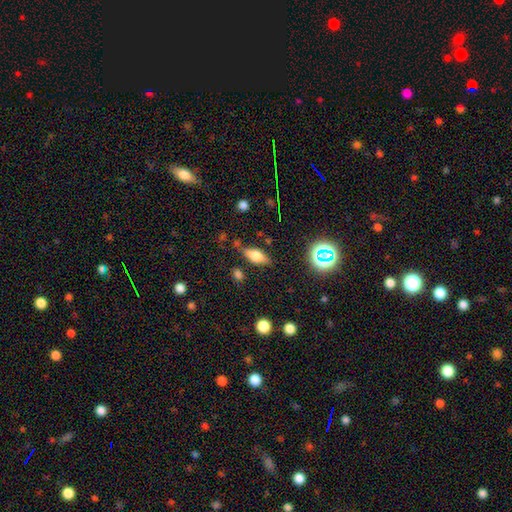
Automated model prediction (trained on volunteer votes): A smooth galaxy with no disk features (60%) that is in between round and cigar-shaped (73%).

Vote fractions:
- Smooth or featured? smooth: 60% / featured or disk: 28% / star or artifact: 12%
- How rounded? in between: 73% / cigar-shaped: 23% / round: 5%
- Merging? none: 76% / minor disturbance: 15% / major disturbance: 4% / merger: 4%